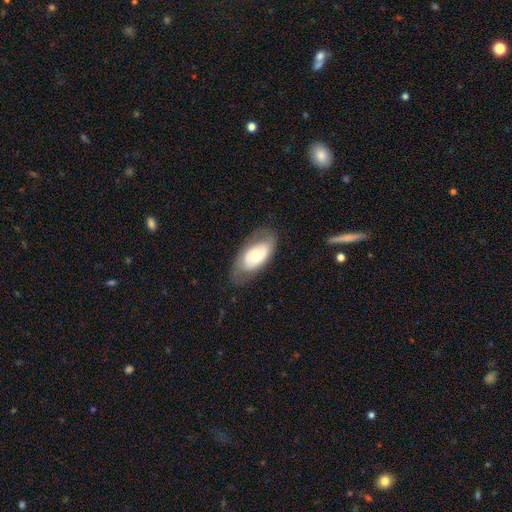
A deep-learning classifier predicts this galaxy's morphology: type=featured or disk (49%); merging=none (71%).